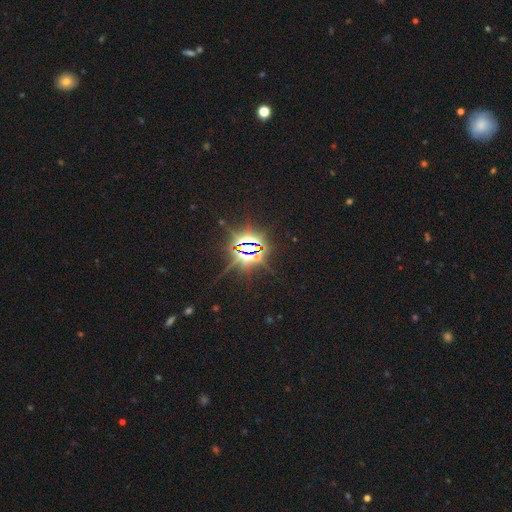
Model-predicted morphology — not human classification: Smooth or featured?
  - star or artifact: 84% *
  - featured or disk: 8%
  - smooth: 8%